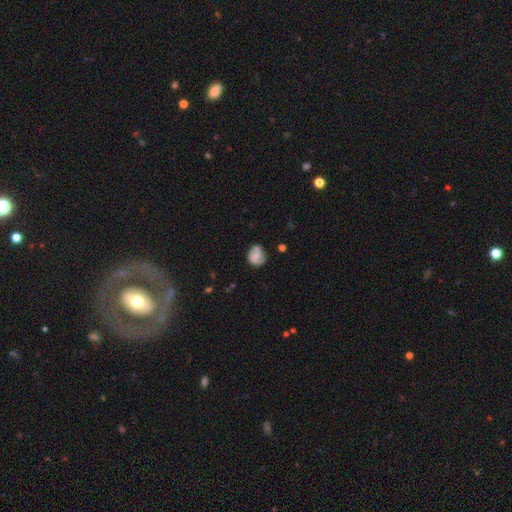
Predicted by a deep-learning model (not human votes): Q: Smooth or featured?
A: featured or disk (47%); runner-up: smooth (45%)
Q: Merging?
A: none (67%); runner-up: minor disturbance (23%)